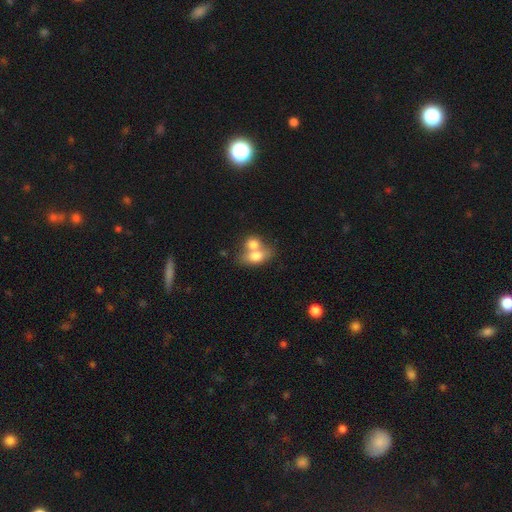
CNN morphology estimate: This appears to be a smooth galaxy with no disk features (73%) that is in between round and cigar-shaped (76%). Merging: merger (64%).